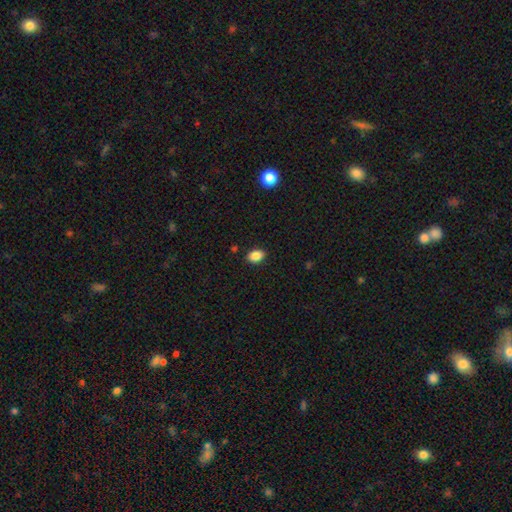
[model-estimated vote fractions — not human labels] Overall: smooth (87%). How rounded: in between (81%). Merging: none (88%).